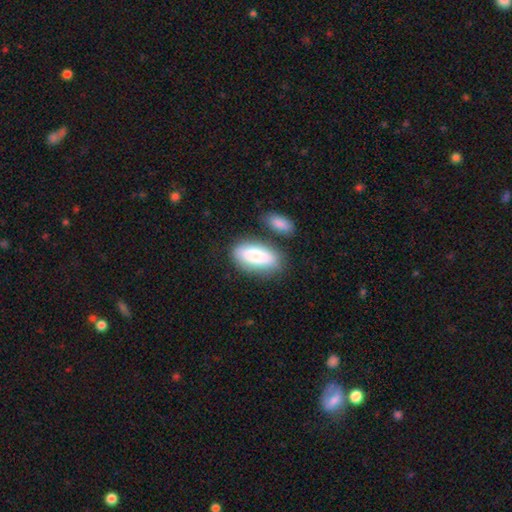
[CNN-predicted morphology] A smooth galaxy with no disk features (81%) that is in between round and cigar-shaped (87%). Merging: none (69%).